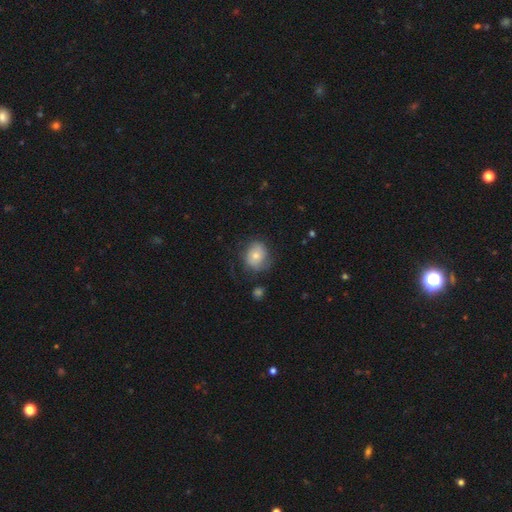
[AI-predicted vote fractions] The model was most divided on "how rounded": round: 62%, in between: 37%, cigar-shaped: 1%. More confident: smooth or featured — smooth (67%); merging — none (60%).